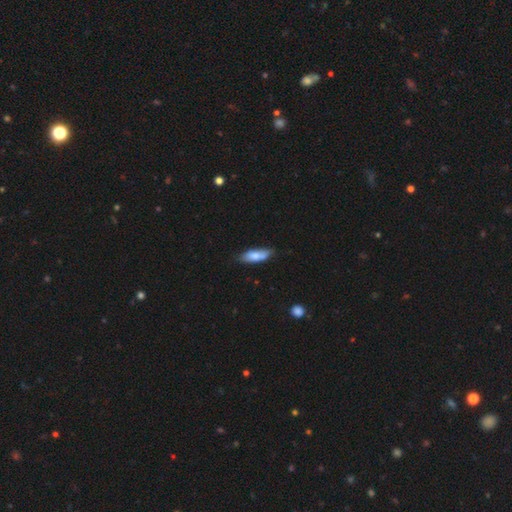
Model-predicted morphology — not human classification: Overall: smooth (75%). How rounded: in between (60%; cigar-shaped 38%). Merging: none (70%).